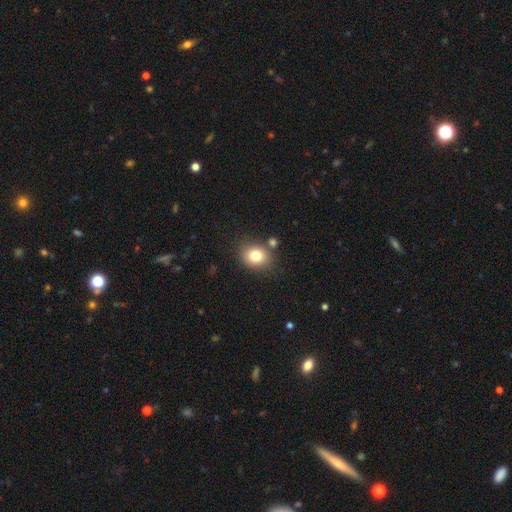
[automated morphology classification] A smooth galaxy with no disk features (79%) that is round (58%).

Vote fractions:
- Smooth or featured? smooth: 79% / star or artifact: 11% / featured or disk: 10%
- How rounded? round: 58% / in between: 41% / cigar-shaped: 1%
- Merging? none: 76% / minor disturbance: 11% / merger: 8% / major disturbance: 4%